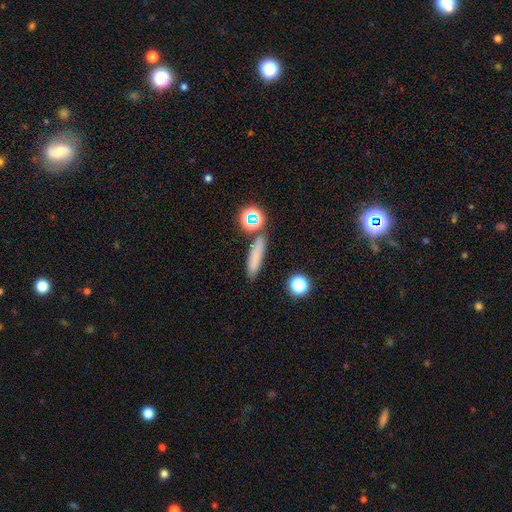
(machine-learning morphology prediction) This is likely a smooth galaxy (73%). How rounded: likely cigar-shaped (77%). Merging: clearly none (81%).